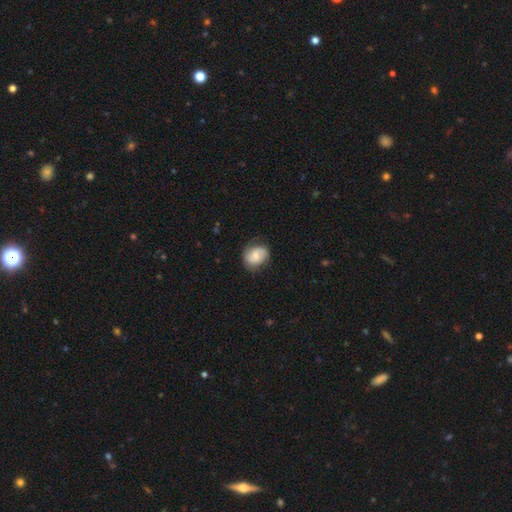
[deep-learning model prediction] smooth_or_featured: smooth (p=0.57) [alt: featured or disk p=0.35]
how_rounded: round (p=0.54) [alt: in between p=0.45]
merging: none (p=0.66) [alt: minor disturbance p=0.25]